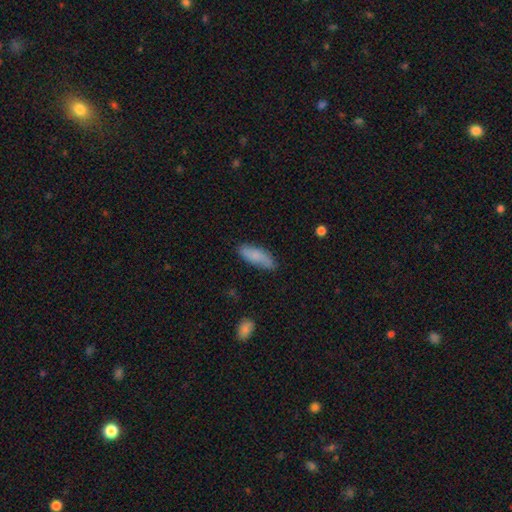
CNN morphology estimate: This appears to be a smooth galaxy with no disk features (79%) that is in between round and cigar-shaped (62%). Merging: none (75%).